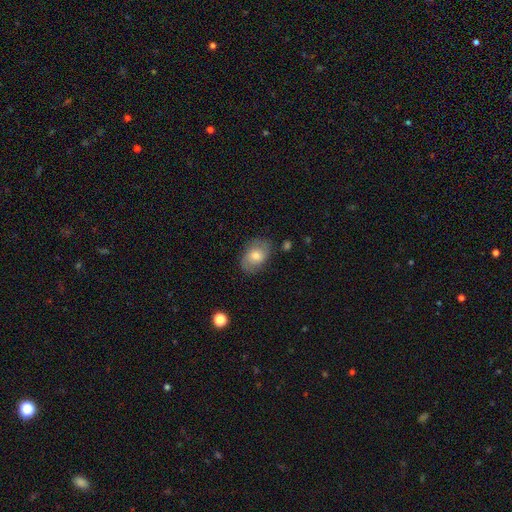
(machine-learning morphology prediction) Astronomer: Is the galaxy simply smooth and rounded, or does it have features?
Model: smooth — 53% (runner-up: featured or disk, 39%).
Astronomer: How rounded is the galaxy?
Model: in between — 77%.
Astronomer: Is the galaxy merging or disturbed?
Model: none — 76%.